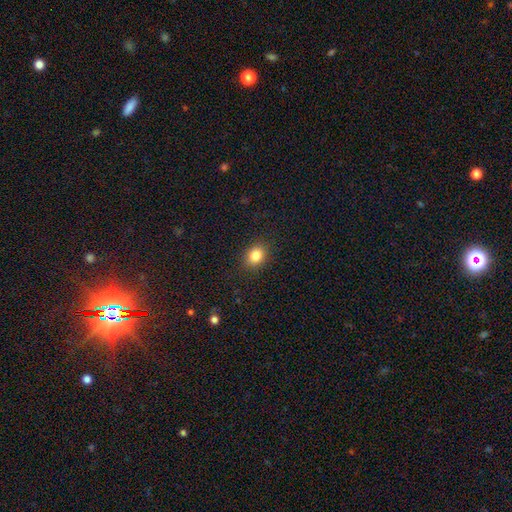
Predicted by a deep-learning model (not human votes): smooth-or-featured: smooth: 84% | star or artifact: 10% | featured or disk: 6%
  how-rounded: round: 50% | in between: 49% | cigar-shaped: 1%
  merging: none: 88% | minor disturbance: 8% | major disturbance: 2% | merger: 1%